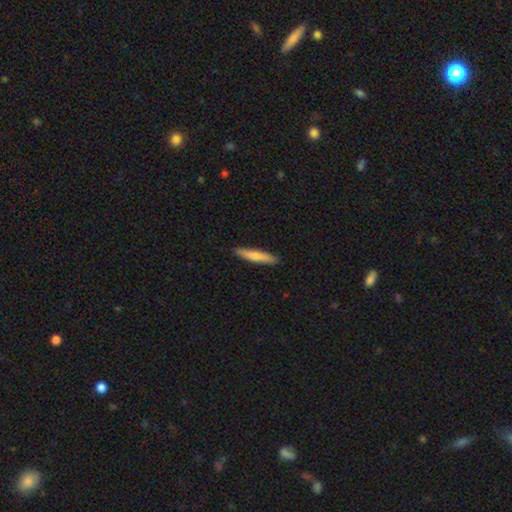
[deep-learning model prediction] Morphology: type=smooth (70%); roundness=cigar-shaped (89%); merging=none (90%).